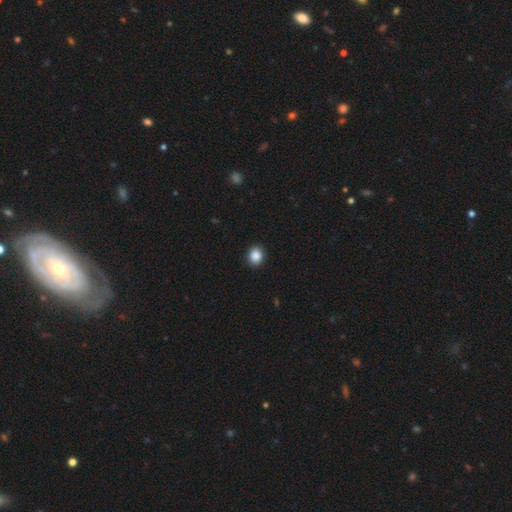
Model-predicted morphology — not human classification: Smooth or featured? smooth (88%)
How rounded? round (68%)
Merging? none (91%)